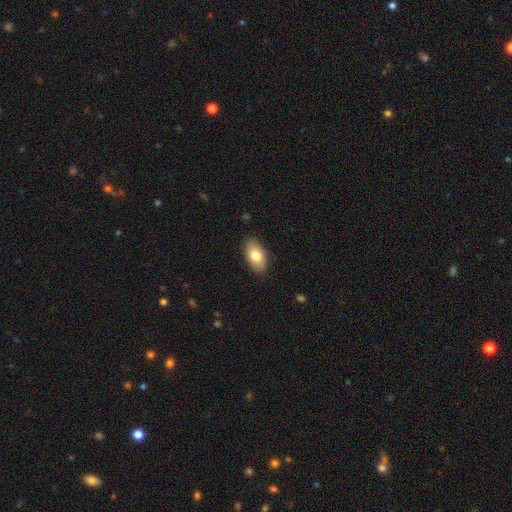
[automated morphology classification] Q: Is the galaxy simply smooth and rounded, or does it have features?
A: smooth — 79%.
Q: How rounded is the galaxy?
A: in between — 93%.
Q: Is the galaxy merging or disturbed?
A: none — 87%.